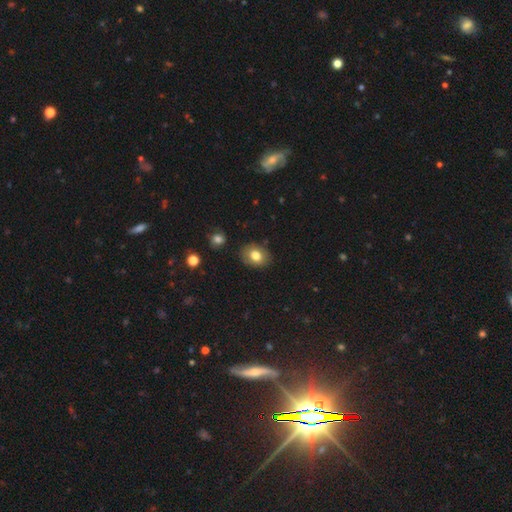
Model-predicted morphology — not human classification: Q: Smooth or featured?
A: smooth (79%); runner-up: featured or disk (12%)
Q: How rounded?
A: in between (59%); runner-up: round (40%)
Q: Merging?
A: none (84%); runner-up: minor disturbance (11%)